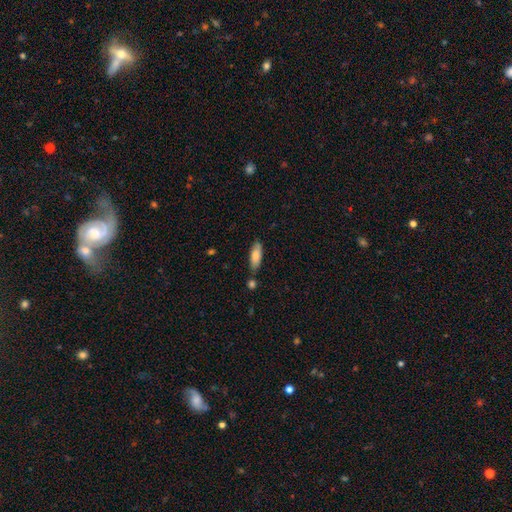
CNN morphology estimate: smooth_or_featured: smooth (p=0.76) [alt: featured or disk p=0.17]
how_rounded: in between (p=0.59) [alt: cigar-shaped p=0.39]
merging: none (p=0.70) [alt: minor disturbance p=0.17]